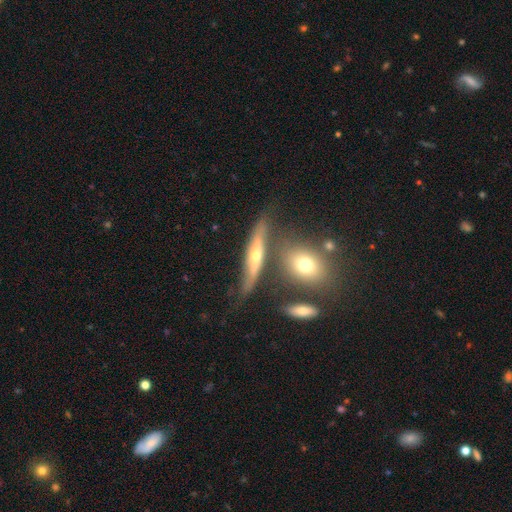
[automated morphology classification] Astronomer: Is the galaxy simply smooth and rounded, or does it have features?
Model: featured or disk — 65%.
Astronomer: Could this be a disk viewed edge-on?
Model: yes — 77%.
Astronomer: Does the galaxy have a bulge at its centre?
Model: rounded — 86%.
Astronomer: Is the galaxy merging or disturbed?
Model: none — 62%.